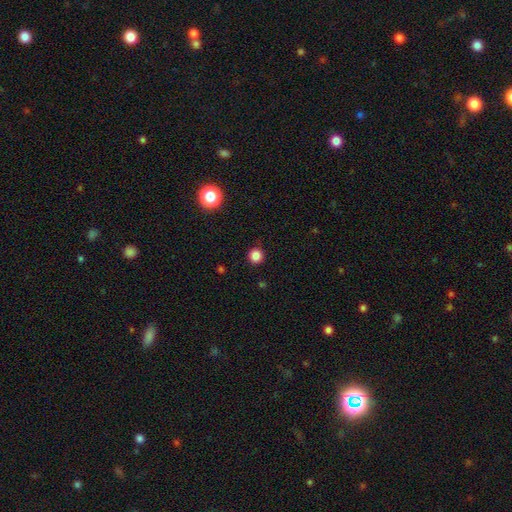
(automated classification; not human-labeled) Overall: smooth (84%). How rounded: round (92%). Merging: none (91%).